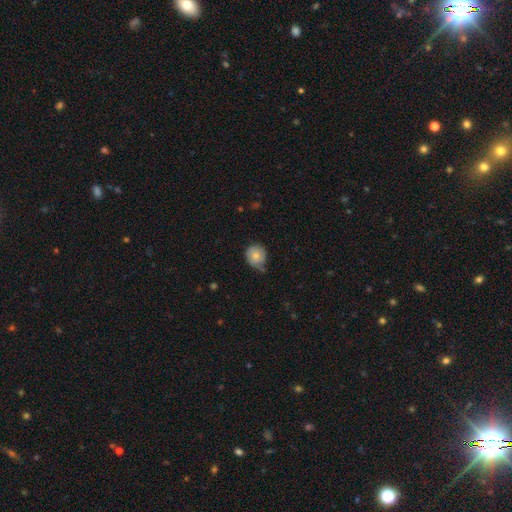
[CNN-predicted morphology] This is likely a smooth galaxy (76%). How rounded: clearly round (82%). Merging: possibly none (51%).